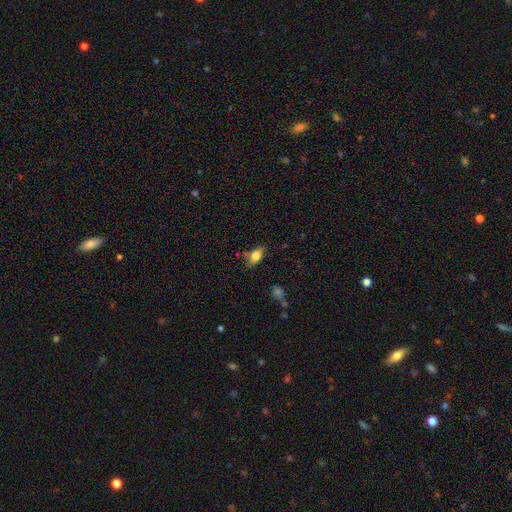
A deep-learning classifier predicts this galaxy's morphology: This is likely a smooth galaxy (79%). How rounded: clearly in between (86%). Merging: likely none (66%).